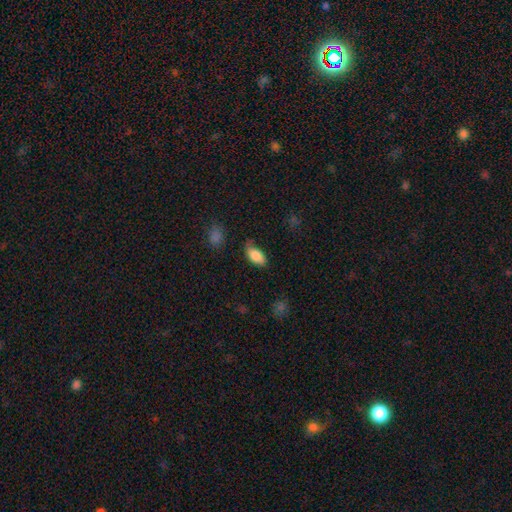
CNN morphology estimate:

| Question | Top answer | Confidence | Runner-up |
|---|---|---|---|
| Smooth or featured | smooth | 83% | featured or disk (10%) |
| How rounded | in between | 93% | cigar-shaped (4%) |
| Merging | none | 61% | minor disturbance (28%) |